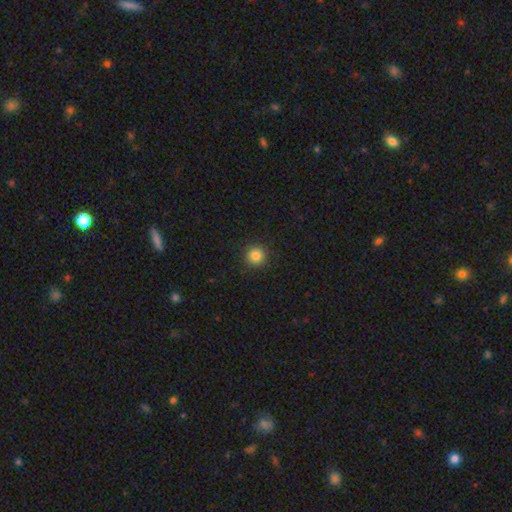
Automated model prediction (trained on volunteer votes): Q: Smooth or featured?
A: smooth (84%); runner-up: star or artifact (11%)
Q: How rounded?
A: round (95%); runner-up: in between (4%)
Q: Merging?
A: none (92%); runner-up: minor disturbance (5%)